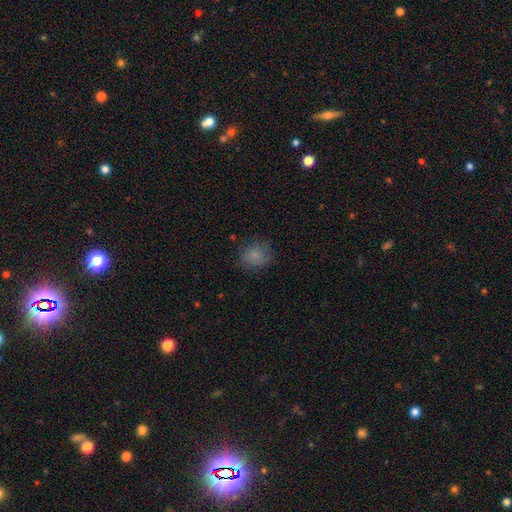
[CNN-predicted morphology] smooth_or_featured: smooth (p=0.81) [alt: star or artifact p=0.10]
how_rounded: round (p=0.76) [alt: in between p=0.23]
merging: none (p=0.74) [alt: minor disturbance p=0.18]